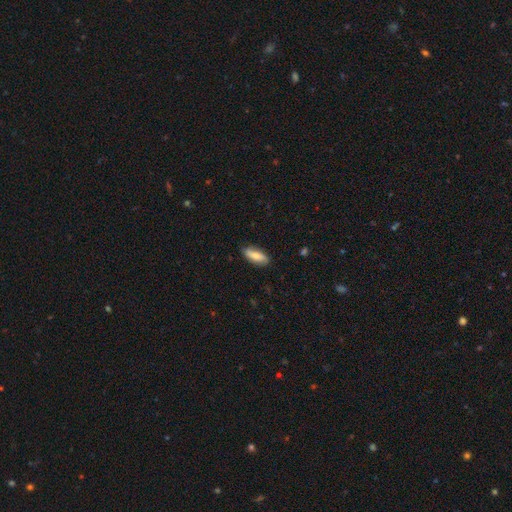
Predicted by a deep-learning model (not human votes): Smooth or featured? smooth (71%)
How rounded? in between (74%)
Merging? none (84%)